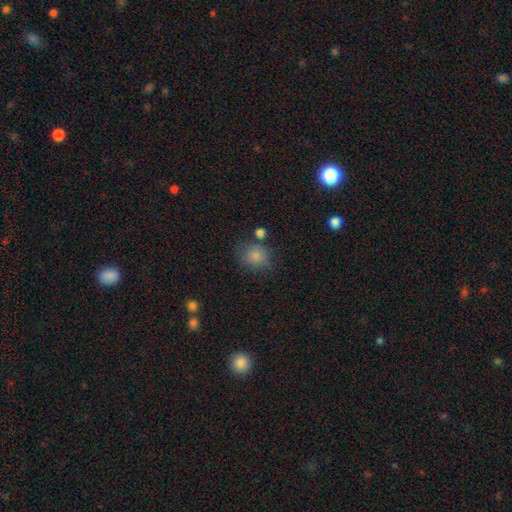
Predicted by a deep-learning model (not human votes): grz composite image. It shows a smooth galaxy with no disk features (82%) that is round (73%). Merging: none (67%).